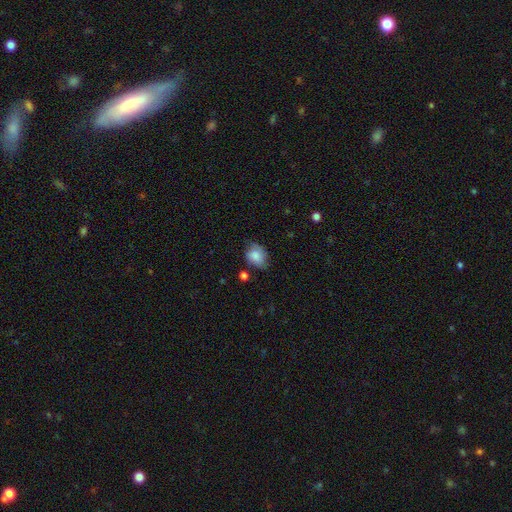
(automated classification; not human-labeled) Smooth or featured? Predicted: smooth (p=0.78). How rounded? Predicted: in between (p=0.61). Merging? Predicted: none (p=0.57).